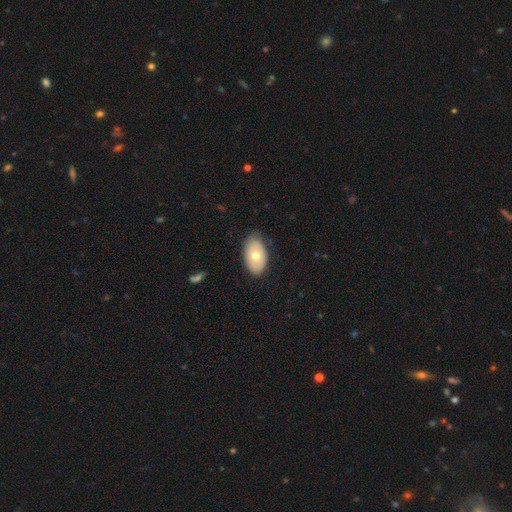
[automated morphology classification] type=smooth (66%); roundness=in between (93%); merging=none (75%).